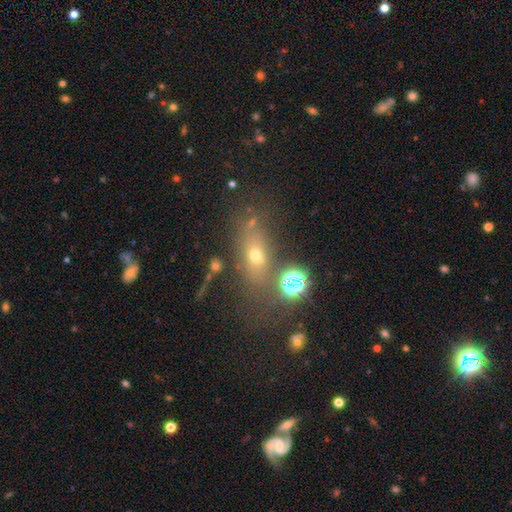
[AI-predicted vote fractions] Q: Smooth or featured?
A: smooth (53%); runner-up: star or artifact (26%)
Q: How rounded?
A: in between (57%); runner-up: round (26%)
Q: Merging?
A: none (62%); runner-up: minor disturbance (15%)